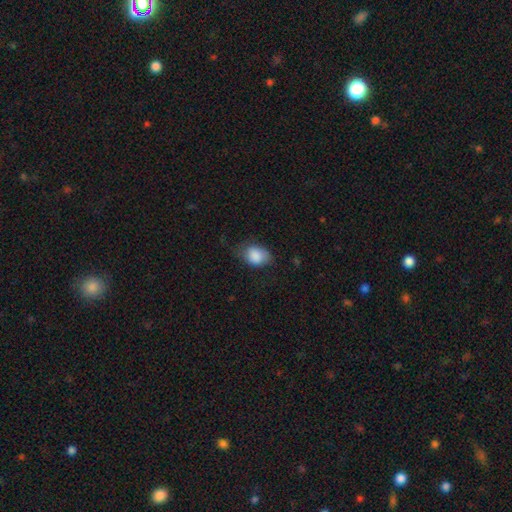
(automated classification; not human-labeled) Morphology: type=smooth (86%); roundness=in between (70%); merging=none (57%).